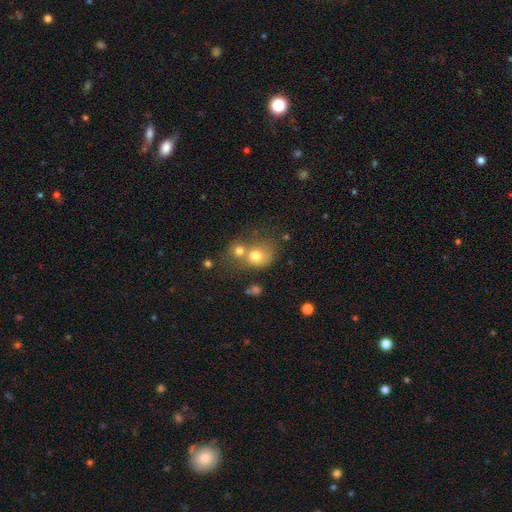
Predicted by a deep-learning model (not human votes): Smooth or featured: smooth — 71% (featured or disk — 17%)
How rounded: round — 68% (in between — 31%)
Merging: merger — 57% (none — 27%)